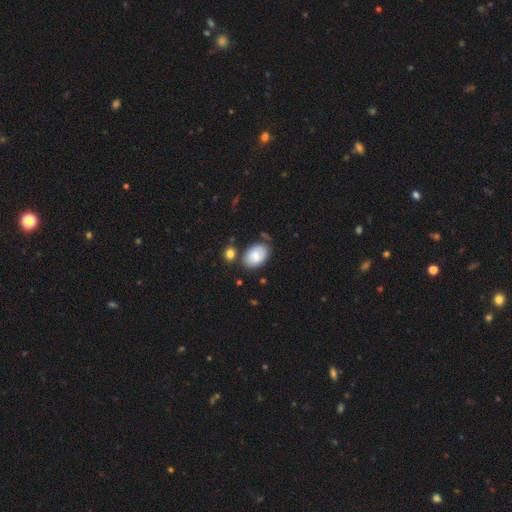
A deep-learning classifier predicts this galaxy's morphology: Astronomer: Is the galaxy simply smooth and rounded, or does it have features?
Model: smooth — 78%.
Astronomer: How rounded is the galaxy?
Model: in between — 87%.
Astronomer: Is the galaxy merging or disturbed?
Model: none — 65%.